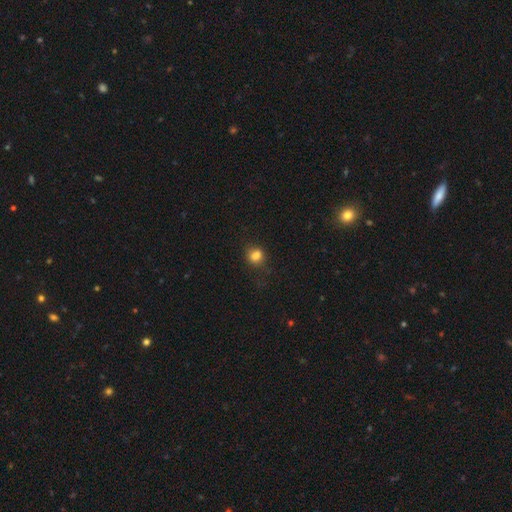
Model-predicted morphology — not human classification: Smooth or featured?
  - smooth: 80% *
  - star or artifact: 13%
  - featured or disk: 7%
How rounded?
  - round: 65% *
  - in between: 34%
  - cigar-shaped: 1%
Merging?
  - none: 67% *
  - minor disturbance: 21%
  - major disturbance: 7%
  - merger: 5%